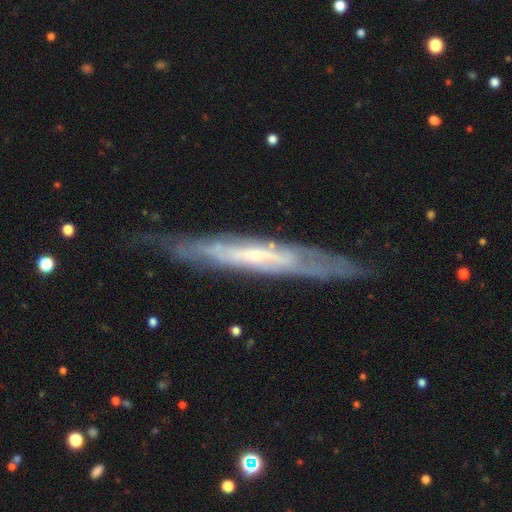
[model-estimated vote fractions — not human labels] Morphology: type=featured or disk (75%); edge-on=yes (67%); edge-on bulge=none (66%); merging=none (76%).